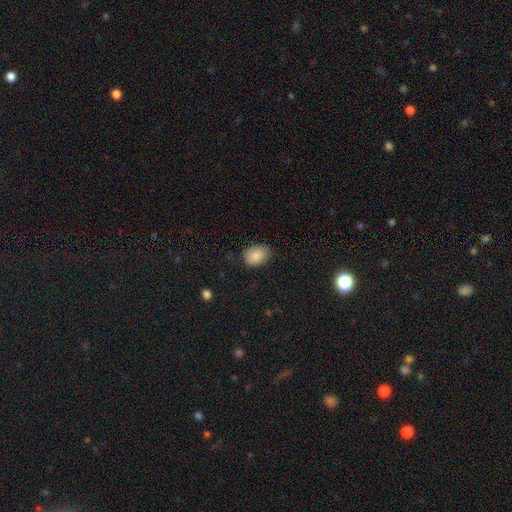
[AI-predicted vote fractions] This appears to be a smooth galaxy with no disk features (86%) that is in between round and cigar-shaped (76%). Merging: none (76%).